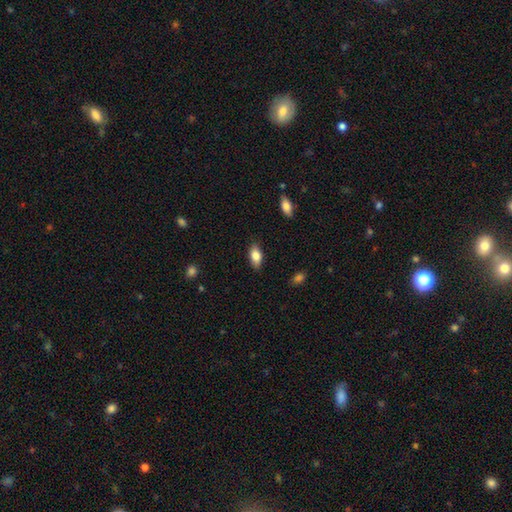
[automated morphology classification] A smooth galaxy with no disk features (81%) that is in between round and cigar-shaped (88%).

Vote fractions:
- Smooth or featured? smooth: 81% / featured or disk: 11% / star or artifact: 7%
- How rounded? in between: 88% / cigar-shaped: 7% / round: 4%
- Merging? none: 84% / minor disturbance: 12% / major disturbance: 3% / merger: 1%